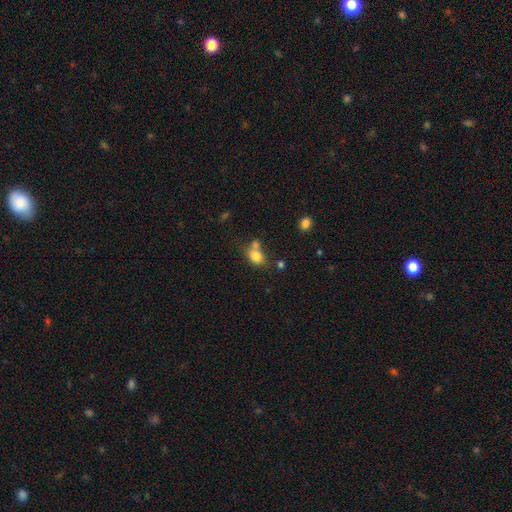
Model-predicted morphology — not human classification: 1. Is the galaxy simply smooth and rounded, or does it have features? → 81% smooth, 10% star or artifact, 9% featured or disk.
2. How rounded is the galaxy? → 69% in between, 30% round, 2% cigar-shaped.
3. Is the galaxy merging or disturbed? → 46% none, 33% merger, 14% minor disturbance, 6% major disturbance.